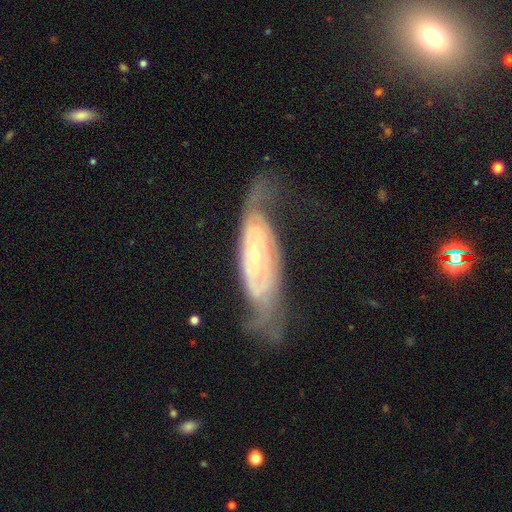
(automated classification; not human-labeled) Morphology: type=featured or disk (81%); edge-on=no (85%); bar=no (72%); spiral arms=yes (87%); winding=tight (56%); arm count=2 (49%); bulge=small (70%); merging=none (53%).